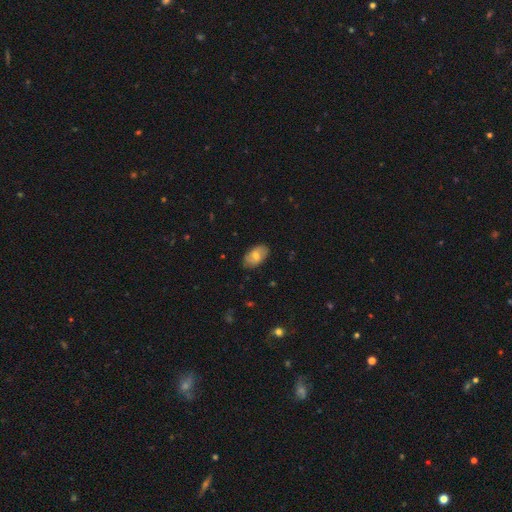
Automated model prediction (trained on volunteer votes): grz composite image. It shows a smooth galaxy with no disk features (63%) that is in between round and cigar-shaped (93%). Merging: none (84%).